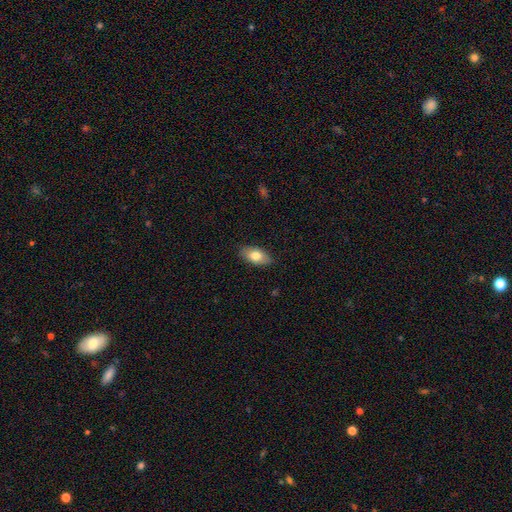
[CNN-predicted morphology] Smooth or featured?
  - smooth: 77% *
  - featured or disk: 16%
  - star or artifact: 7%
How rounded?
  - in between: 92% *
  - round: 5%
  - cigar-shaped: 4%
Merging?
  - none: 86% *
  - minor disturbance: 11%
  - major disturbance: 2%
  - merger: 1%